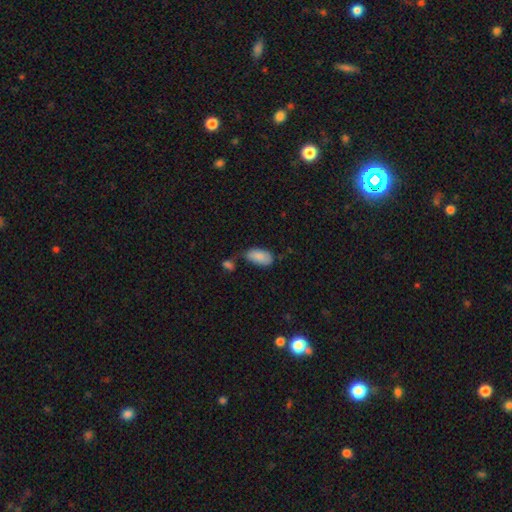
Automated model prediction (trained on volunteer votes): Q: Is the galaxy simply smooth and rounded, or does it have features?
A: smooth — 85%.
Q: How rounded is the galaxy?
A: in between — 94%.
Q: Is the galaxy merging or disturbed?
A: none — 59%.